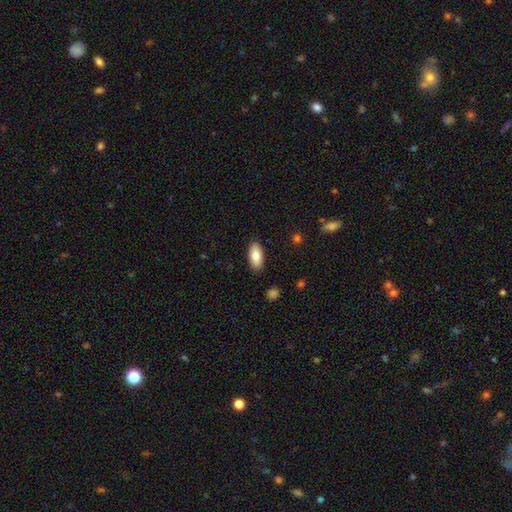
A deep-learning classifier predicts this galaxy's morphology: smooth_or_featured: smooth (p=0.83) [alt: featured or disk p=0.11]
how_rounded: in between (p=0.90) [alt: cigar-shaped p=0.08]
merging: none (p=0.89) [alt: minor disturbance p=0.08]